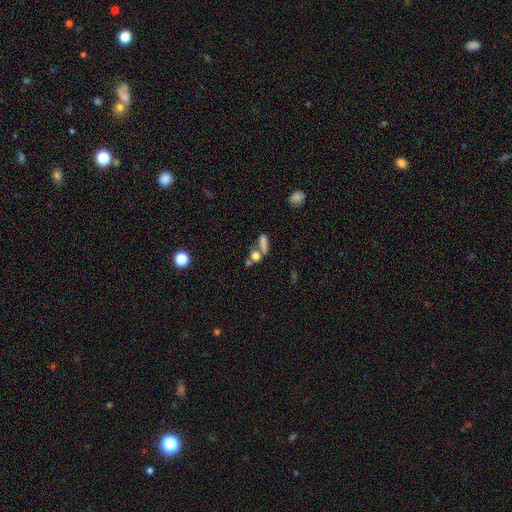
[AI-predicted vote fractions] Smooth or featured? Predicted: smooth (p=0.69). How rounded? Predicted: round (p=0.42). Merging? Predicted: merger (p=0.43).